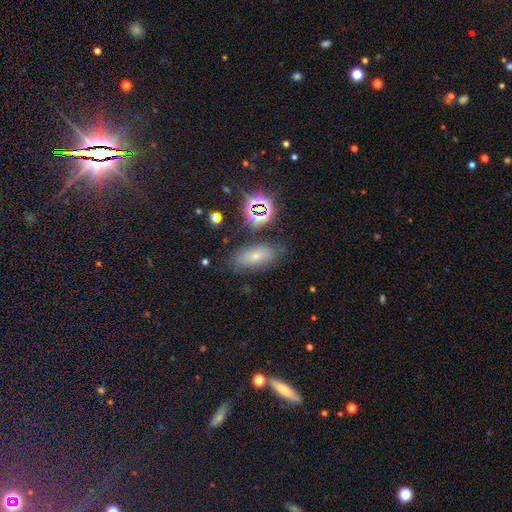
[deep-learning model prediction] smooth-or-featured: smooth: 59% | star or artifact: 22% | featured or disk: 19%
  how-rounded: in between: 83% | cigar-shaped: 11% | round: 6%
  merging: none: 72% | minor disturbance: 17% | major disturbance: 6% | merger: 5%